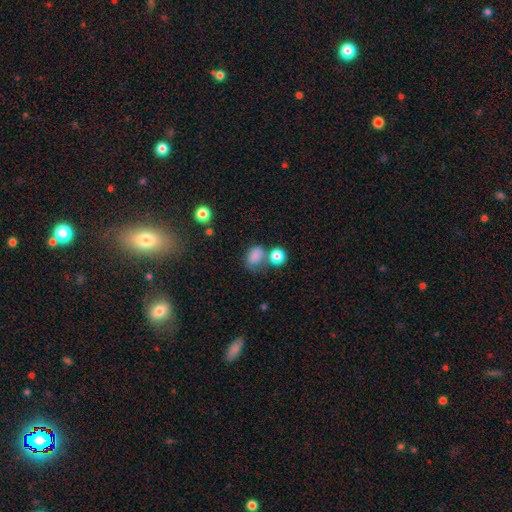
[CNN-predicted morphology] smooth_or_featured: smooth (p=0.79) [alt: star or artifact p=0.13]
how_rounded: in between (p=0.61) [alt: round p=0.38]
merging: none (p=0.43) [alt: merger p=0.24]